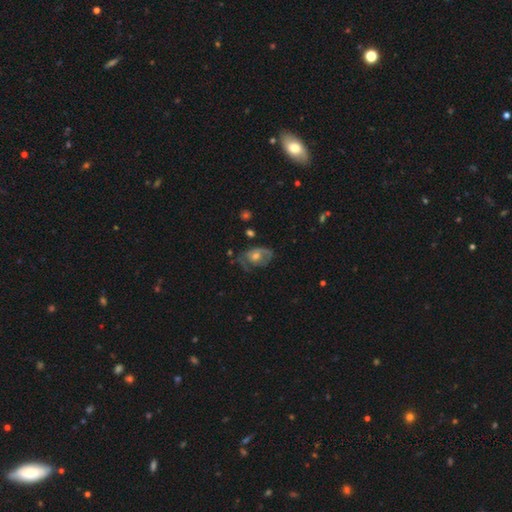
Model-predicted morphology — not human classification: This is likely a featured or disk galaxy (60%). It is clearly not viewed edge-on (95%). Bar: likely no (77%). Spiral arm pattern: possibly yes (60%). Central bulge: likely moderate (63%). Merging: possibly none (51%).